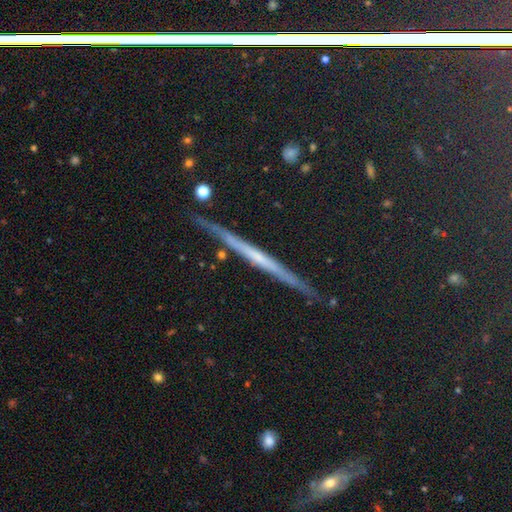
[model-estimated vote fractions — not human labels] A featured or disk galaxy (50%) viewed edge-on (92%). Merging: none (84%).